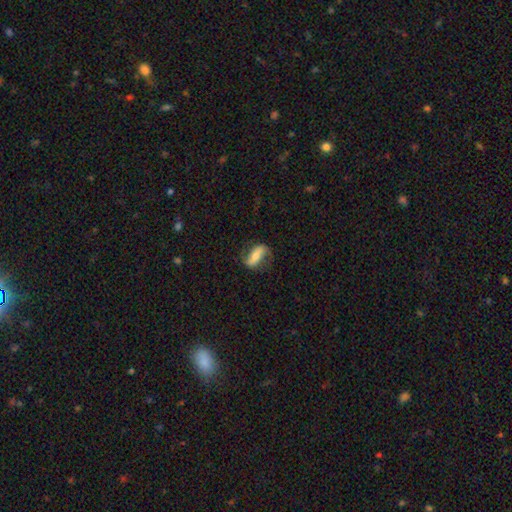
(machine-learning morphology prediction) Overall: featured or disk (62%; smooth 32%). Edge-on disk: no (88%). Bar: strong (53%; weak 24%). Spiral arms: yes (83%). Bulge size: moderate (49%; small 37%). Merging: none (70%).